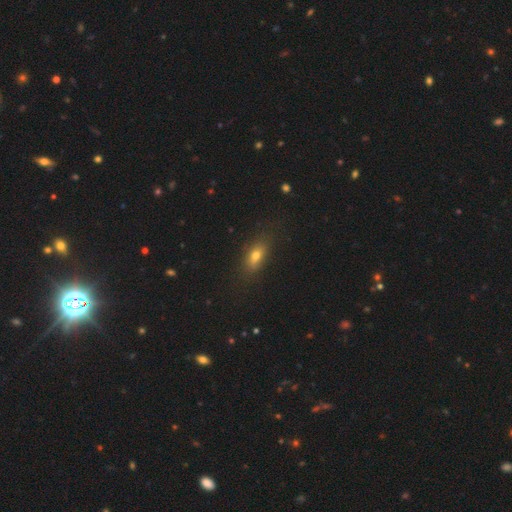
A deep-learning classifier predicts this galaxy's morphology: Q: Smooth or featured?
A: smooth (71%); runner-up: featured or disk (17%)
Q: How rounded?
A: in between (76%); runner-up: cigar-shaped (15%)
Q: Merging?
A: none (79%); runner-up: minor disturbance (15%)